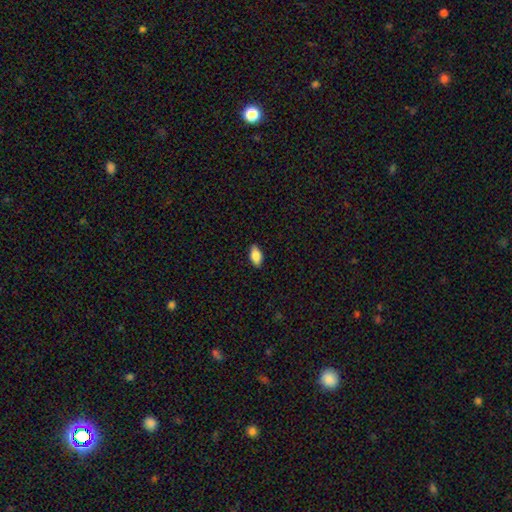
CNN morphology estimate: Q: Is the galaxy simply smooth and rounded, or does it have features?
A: smooth — 85%.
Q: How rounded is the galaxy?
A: in between — 91%.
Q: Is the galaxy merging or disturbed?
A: none — 88%.